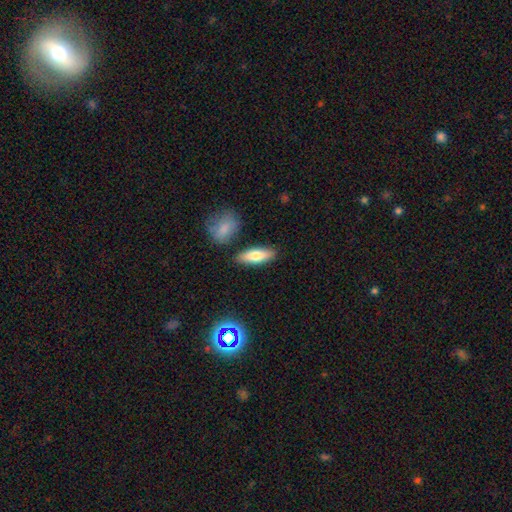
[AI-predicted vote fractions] smooth 74%, featured or disk 20%, star or artifact 6%. Down the decision tree: how rounded — in between (59%); merging — none (83%).